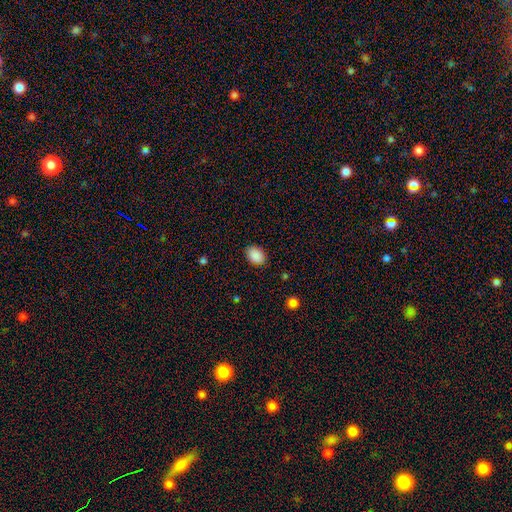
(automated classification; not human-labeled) smooth 89%, star or artifact 8%, featured or disk 3%. Down the decision tree: how rounded — in between (73%); merging — none (87%).